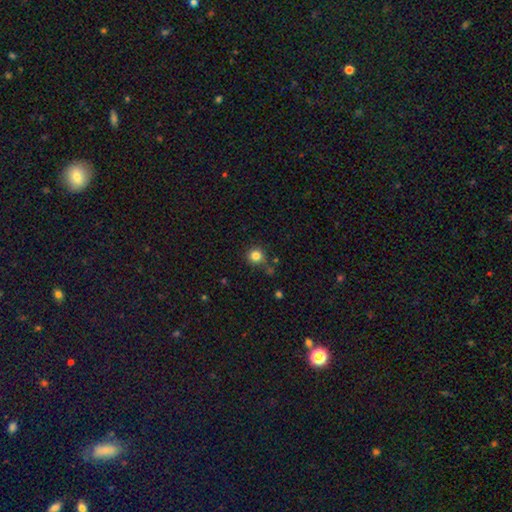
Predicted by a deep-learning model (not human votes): Smooth or featured: smooth — 83% (star or artifact — 12%)
How rounded: round — 93% (in between — 7%)
Merging: none — 79% (minor disturbance — 11%)